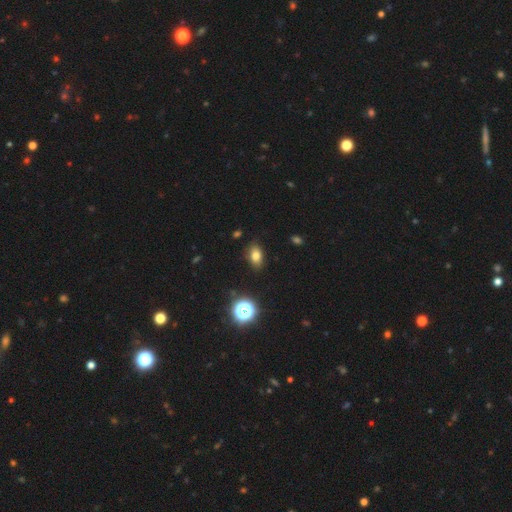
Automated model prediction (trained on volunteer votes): smooth 77%, star or artifact 14%, featured or disk 9%. Down the decision tree: how rounded — in between (81%); merging — none (84%).